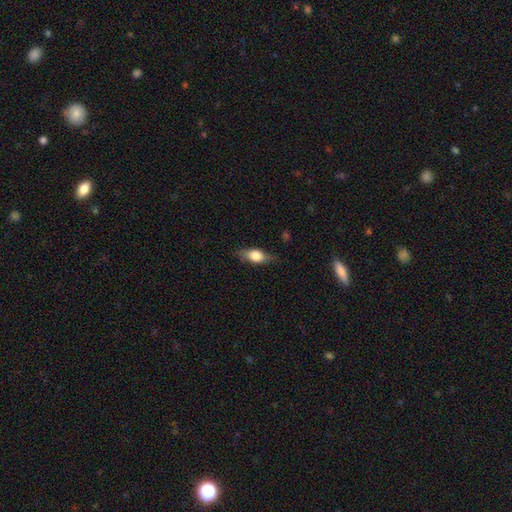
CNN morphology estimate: Overall: smooth (65%; featured or disk 27%). How rounded: in between (76%). Merging: none (71%).